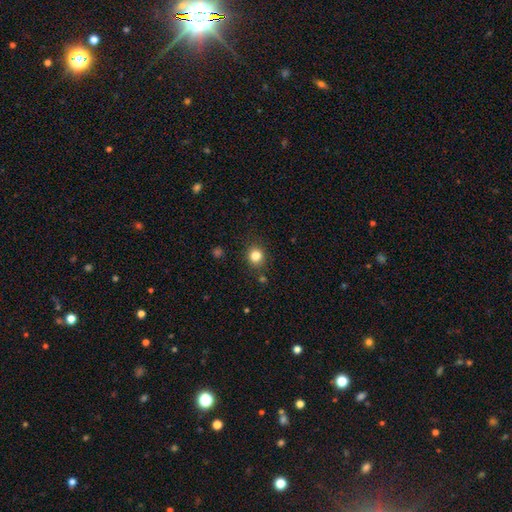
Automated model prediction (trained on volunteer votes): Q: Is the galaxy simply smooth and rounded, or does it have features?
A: smooth — 83%.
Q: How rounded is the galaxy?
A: round — 85%.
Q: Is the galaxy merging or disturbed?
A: none — 86%.